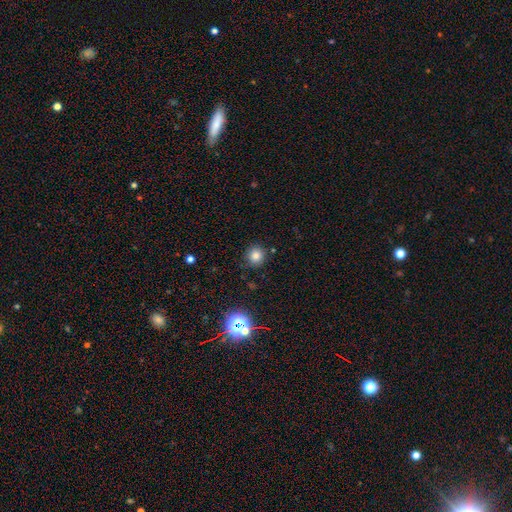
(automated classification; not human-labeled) Smooth or featured? smooth (78%)
How rounded? round (91%)
Merging? none (86%)